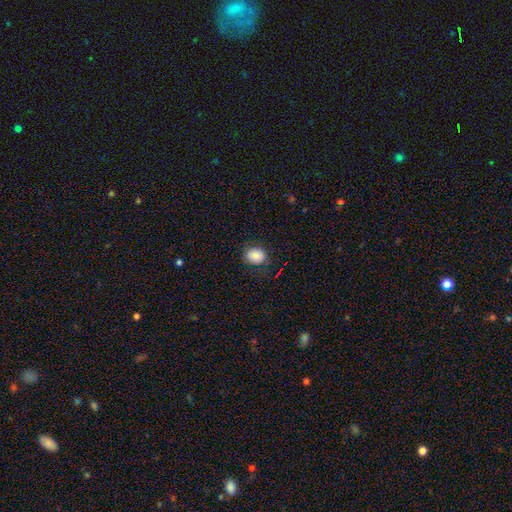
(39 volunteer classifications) smooth-or-featured: smooth: 90% | featured or disk: 8% | star or artifact: 3%
  how-rounded: round: 57% | in between: 43% | cigar-shaped: 0%
  merging: none: 74% | minor disturbance: 21% | merger: 5% | major disturbance: 0%